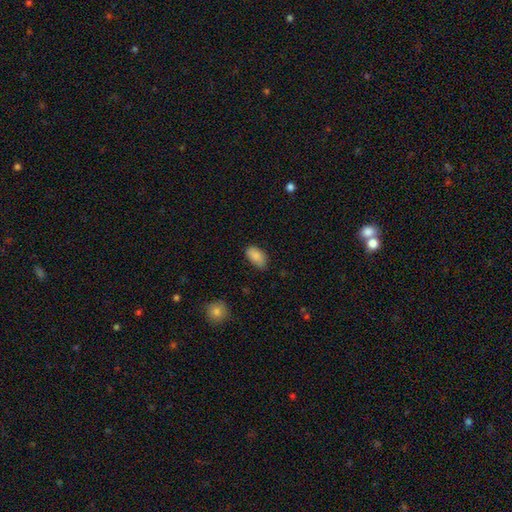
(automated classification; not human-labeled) Overall: smooth (87%). How rounded: in between (93%). Merging: none (68%).